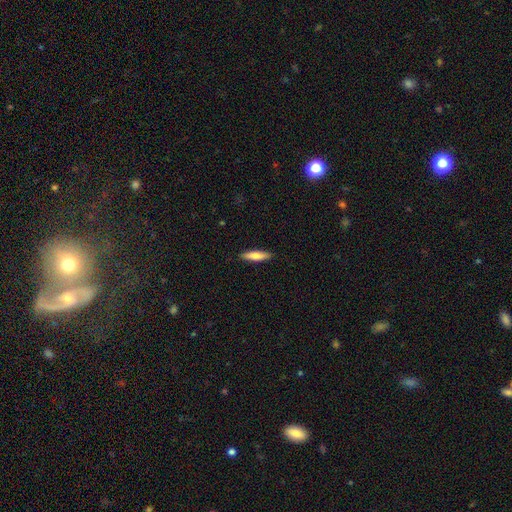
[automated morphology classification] Q: Smooth or featured?
A: smooth (76%); runner-up: featured or disk (19%)
Q: How rounded?
A: cigar-shaped (74%); runner-up: in between (24%)
Q: Merging?
A: none (90%); runner-up: minor disturbance (8%)